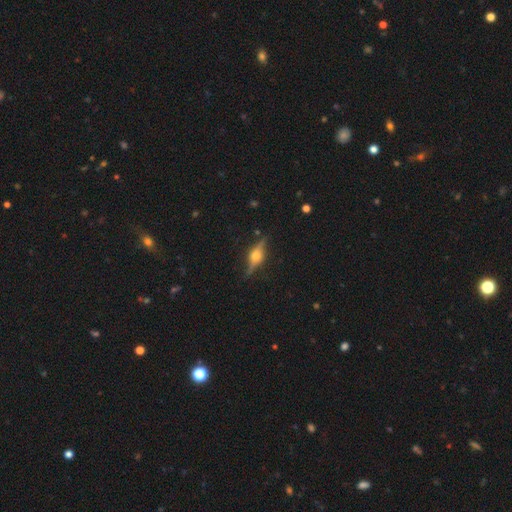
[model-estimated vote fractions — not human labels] smooth-or-featured: featured or disk: 78% | smooth: 15% | star or artifact: 7%
  disk-edge-on: yes: 94% | no: 6%
    edge-on-bulge: rounded: 93% | boxy: 6% | none: 2%
  merging: none: 84% | minor disturbance: 12% | major disturbance: 3% | merger: 1%